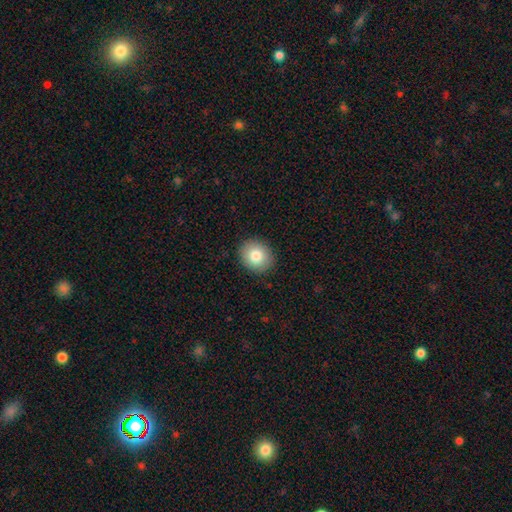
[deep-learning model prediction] A smooth galaxy with no disk features (83%) that is round (77%). Merging: none (91%).